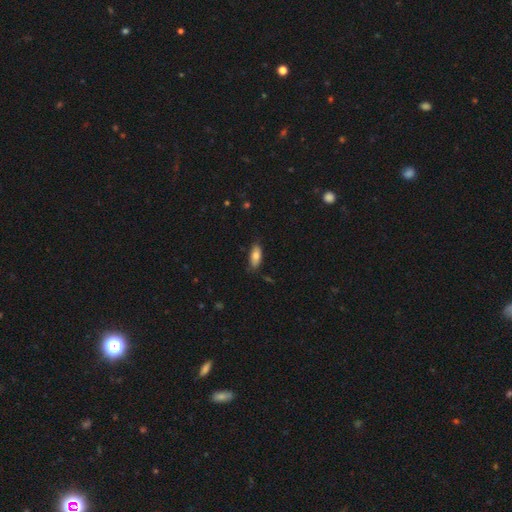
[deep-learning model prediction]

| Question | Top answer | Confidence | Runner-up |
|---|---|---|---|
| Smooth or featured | smooth | 79% | featured or disk (14%) |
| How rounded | in between | 82% | cigar-shaped (15%) |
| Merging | none | 79% | minor disturbance (17%) |